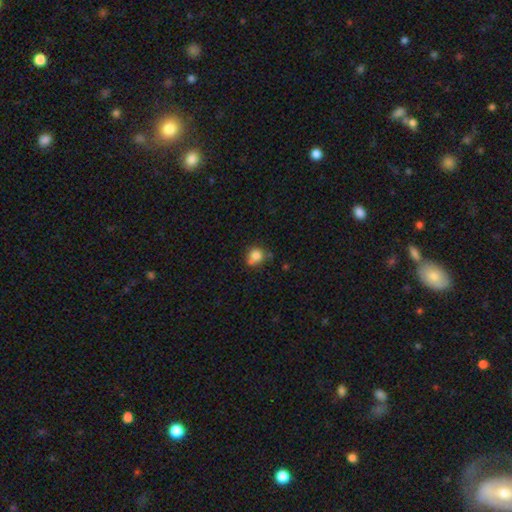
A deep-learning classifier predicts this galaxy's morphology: The model was most divided on "merging": none: 55%, minor disturbance: 21%, merger: 18%, major disturbance: 6%. More confident: how rounded — round (83%); smooth or featured — smooth (80%).